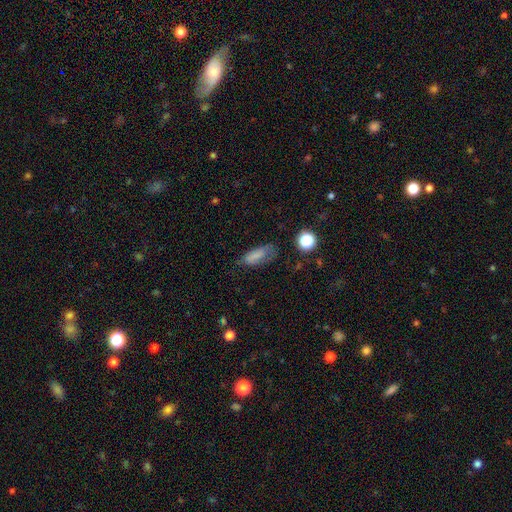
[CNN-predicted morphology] smooth_or_featured: smooth (p=0.74) [alt: featured or disk p=0.14]
how_rounded: in between (p=0.76) [alt: cigar-shaped p=0.20]
merging: none (p=0.48) [alt: minor disturbance p=0.32]